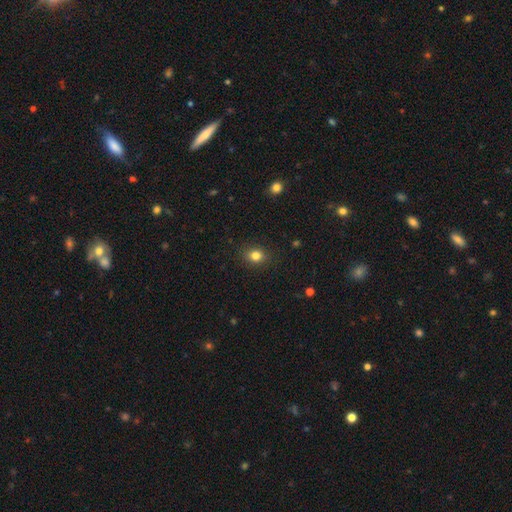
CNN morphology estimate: A smooth galaxy with no disk features (82%) that is round (58%).

Vote fractions:
- Smooth or featured? smooth: 82% / star or artifact: 12% / featured or disk: 6%
- How rounded? round: 58% / in between: 41% / cigar-shaped: 1%
- Merging? none: 88% / minor disturbance: 8% / major disturbance: 2% / merger: 1%